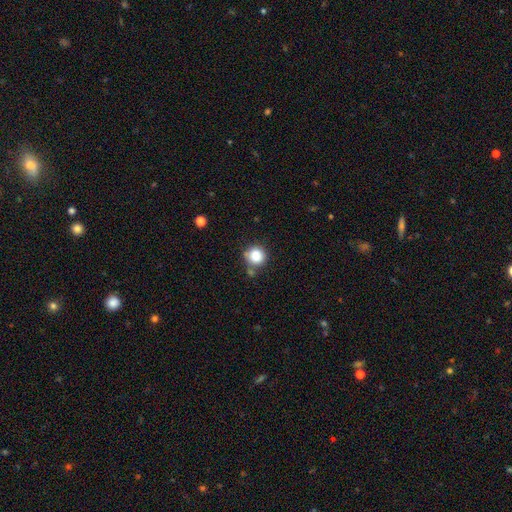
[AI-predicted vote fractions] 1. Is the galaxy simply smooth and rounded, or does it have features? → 85% smooth, 10% star or artifact, 5% featured or disk.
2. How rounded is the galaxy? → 92% round, 7% in between, 1% cigar-shaped.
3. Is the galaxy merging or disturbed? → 72% none, 14% minor disturbance, 9% merger, 4% major disturbance.